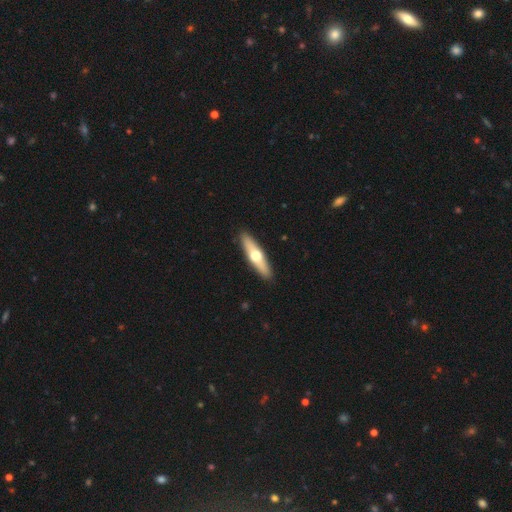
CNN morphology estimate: This appears to be a featured or disk galaxy (50%). Merging: none (91%).